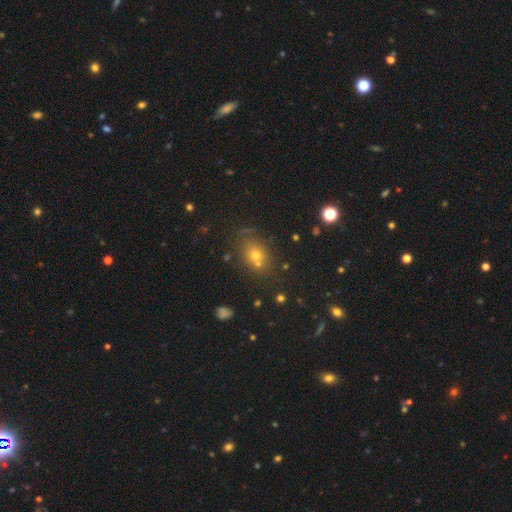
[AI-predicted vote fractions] Smooth or featured?
  - smooth: 64% *
  - star or artifact: 23%
  - featured or disk: 14%
How rounded?
  - round: 49% * (tied)
  - in between: 49% * (tied)
  - cigar-shaped: 2%
Merging?
  - none: 64% *
  - merger: 18%
  - minor disturbance: 13%
  - major disturbance: 5%